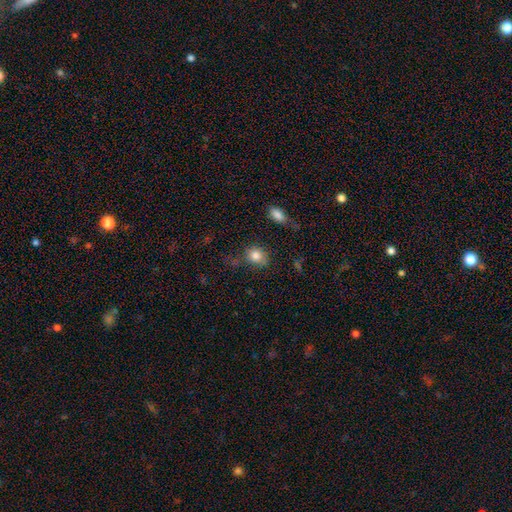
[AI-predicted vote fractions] Smooth or featured? smooth (81%)
How rounded? round (57%)
Merging? none (61%)